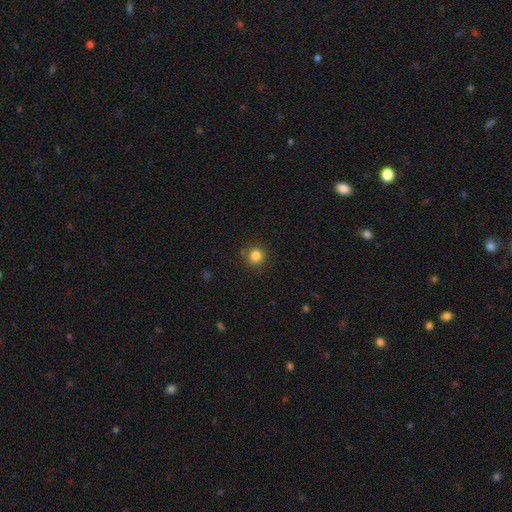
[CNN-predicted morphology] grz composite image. It shows a smooth galaxy with no disk features (84%) that is round (92%). Merging: none (88%).